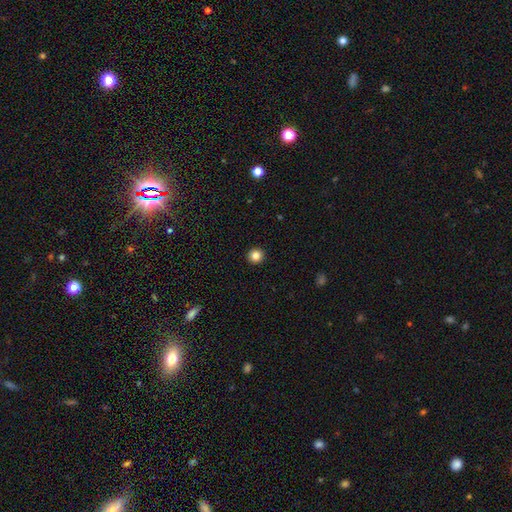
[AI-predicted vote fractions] Smooth or featured: smooth — 84% (star or artifact — 11%)
How rounded: round — 94% (in between — 5%)
Merging: none — 94% (minor disturbance — 4%)